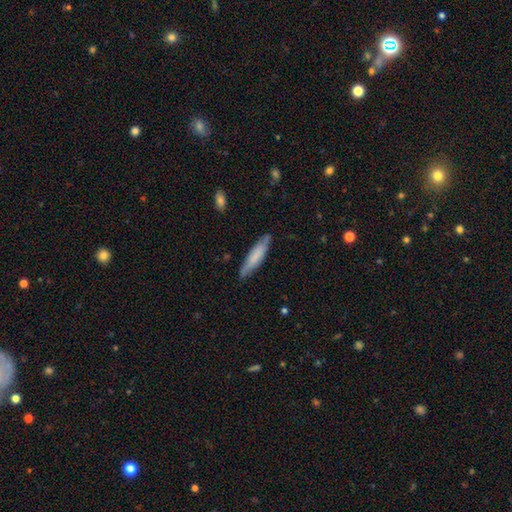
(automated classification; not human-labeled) Smooth or featured? Predicted: smooth (p=0.67). How rounded? Predicted: cigar-shaped (p=0.80). Merging? Predicted: none (p=0.81).